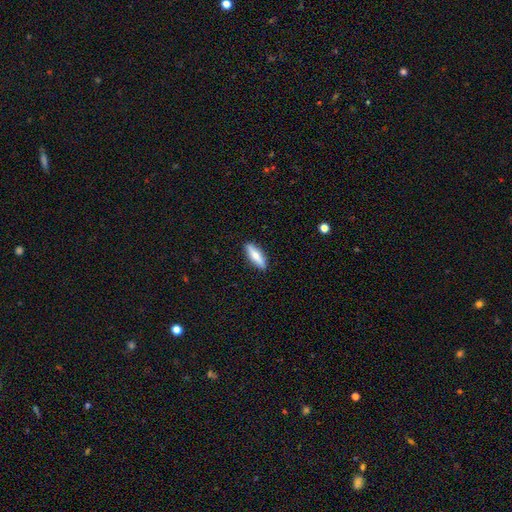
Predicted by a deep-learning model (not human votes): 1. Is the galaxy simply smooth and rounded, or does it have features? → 63% smooth, 31% featured or disk, 6% star or artifact.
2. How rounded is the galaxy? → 53% cigar-shaped, 45% in between, 2% round.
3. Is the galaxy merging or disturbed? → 89% none, 8% minor disturbance, 2% major disturbance, 1% merger.